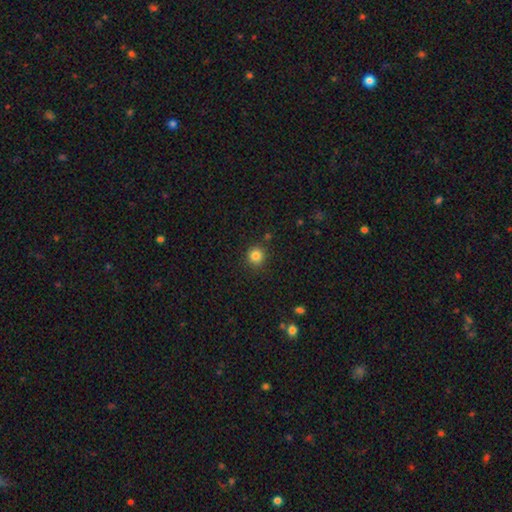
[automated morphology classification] smooth-or-featured: smooth: 83% | star or artifact: 12% | featured or disk: 5%
  how-rounded: round: 93% | in between: 7% | cigar-shaped: 1%
  merging: none: 88% | minor disturbance: 7% | merger: 3% | major disturbance: 2%